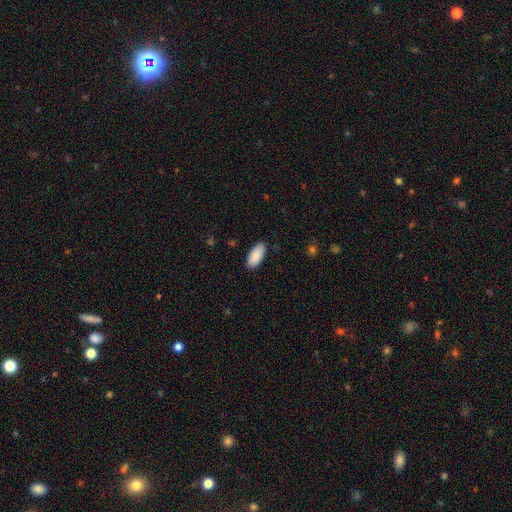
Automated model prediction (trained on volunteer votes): smooth 89%, star or artifact 6%, featured or disk 5%. Down the decision tree: how rounded — in between (91%); merging — none (89%).